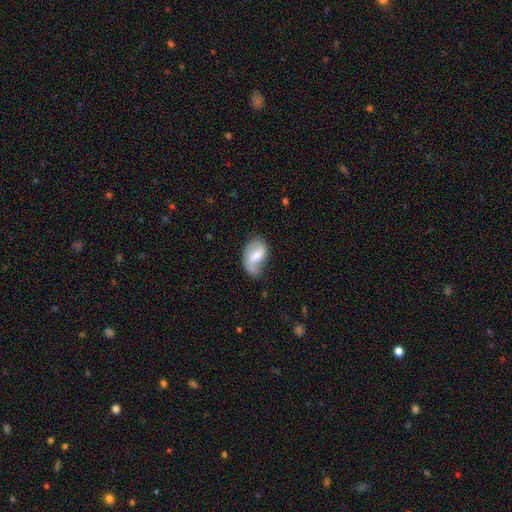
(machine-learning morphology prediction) Smooth or featured? Predicted: featured or disk (p=0.59). Edge-on disk? Predicted: no (p=0.96). Bar? Predicted: weak (p=0.49). Spiral arms? Predicted: yes (p=0.85). Bulge size? Predicted: moderate (p=0.52). Merging? Predicted: none (p=0.50).